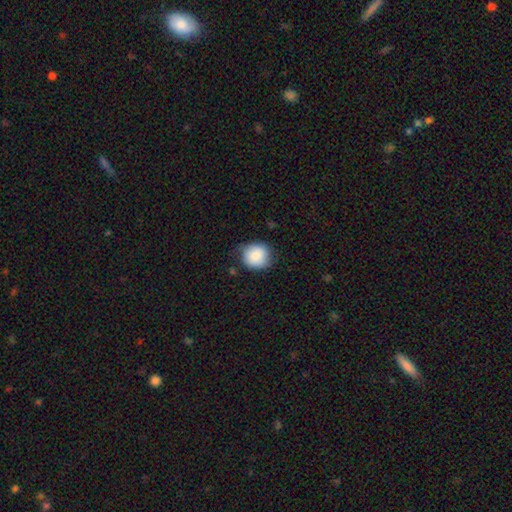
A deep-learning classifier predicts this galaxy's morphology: This is clearly a smooth galaxy (84%). How rounded: clearly round (83%). Merging: likely none (70%).